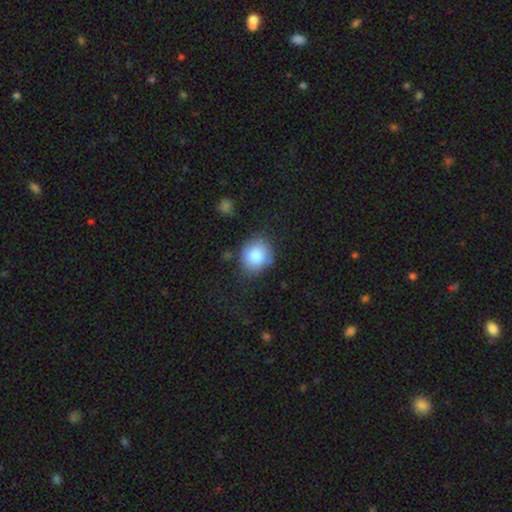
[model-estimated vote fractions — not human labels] Overall: smooth (82%). How rounded: round (71%). Merging: none (74%).